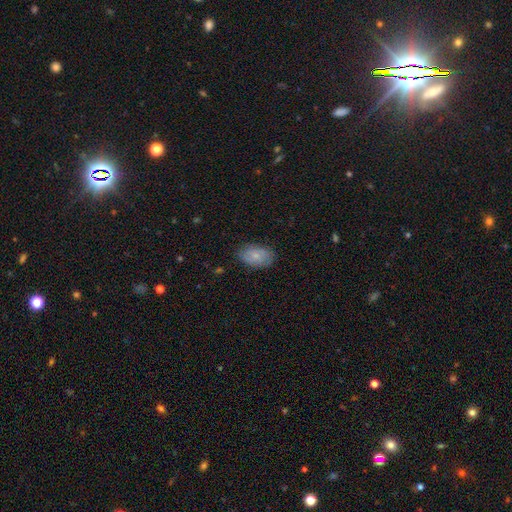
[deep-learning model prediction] Smooth or featured?
  - smooth: 72% *
  - featured or disk: 21%
  - star or artifact: 7%
How rounded?
  - in between: 90% *
  - round: 8%
  - cigar-shaped: 2%
Merging?
  - none: 79% *
  - minor disturbance: 17%
  - major disturbance: 4%
  - merger: 1%